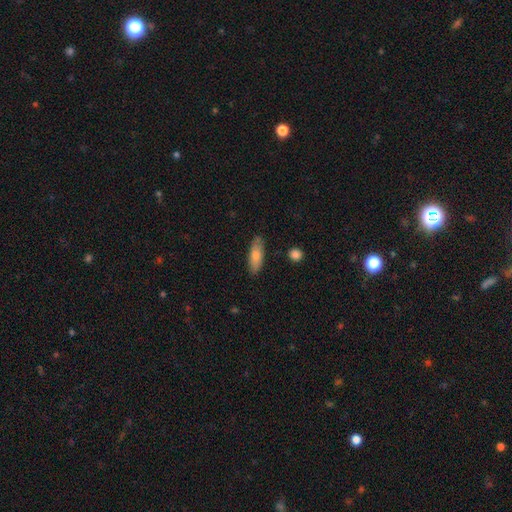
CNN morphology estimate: A smooth galaxy with no disk features (70%) that is in between round and cigar-shaped (53%). Merging: none (85%).